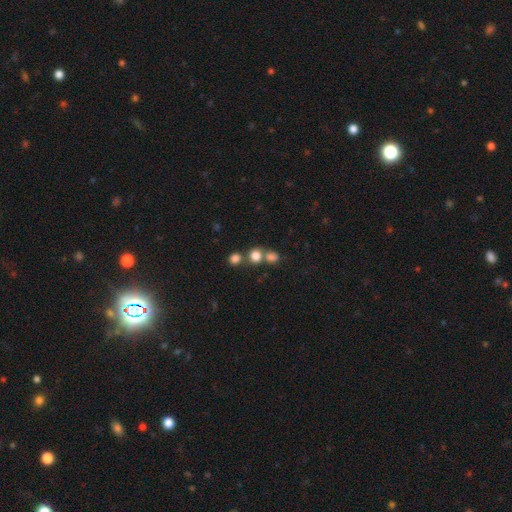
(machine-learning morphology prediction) Smooth or featured?
  - smooth: 78% *
  - star or artifact: 14%
  - featured or disk: 8%
How rounded?
  - round: 82% *
  - in between: 17%
  - cigar-shaped: 1%
Merging?
  - none: 52% *
  - merger: 38%
  - minor disturbance: 7%
  - major disturbance: 4%